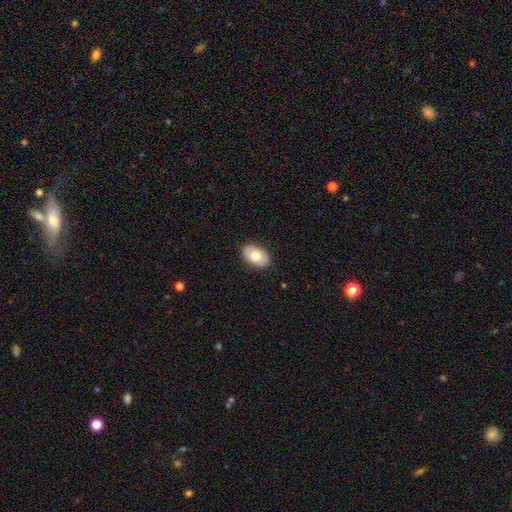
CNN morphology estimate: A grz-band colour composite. It shows a smooth galaxy with no disk features (67%) that is in between round and cigar-shaped (89%). Merging: none (87%).